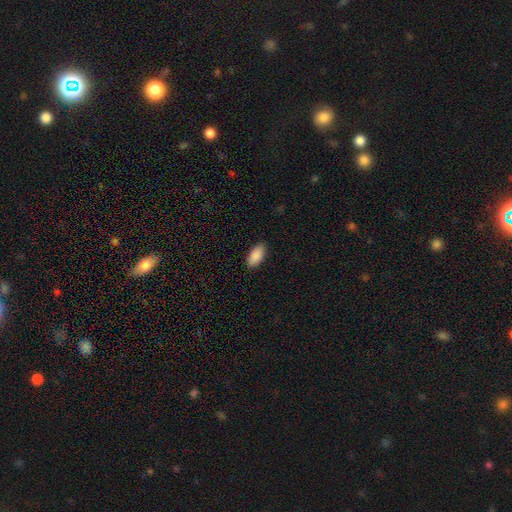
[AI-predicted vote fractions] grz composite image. It shows a smooth galaxy with no disk features (90%) that is in between round and cigar-shaped (93%). Merging: none (89%).